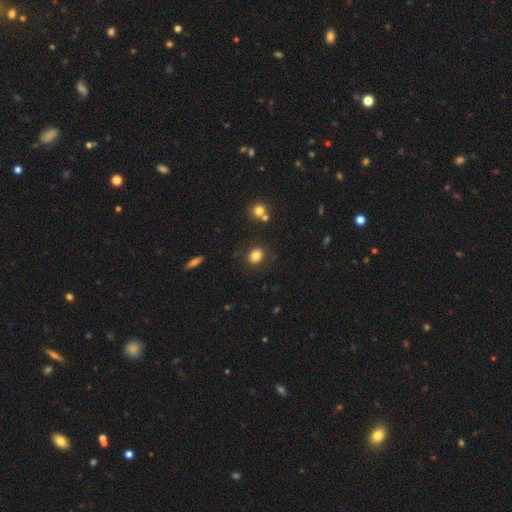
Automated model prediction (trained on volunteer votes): Smooth or featured? smooth (83%)
How rounded? round (60%)
Merging? none (85%)